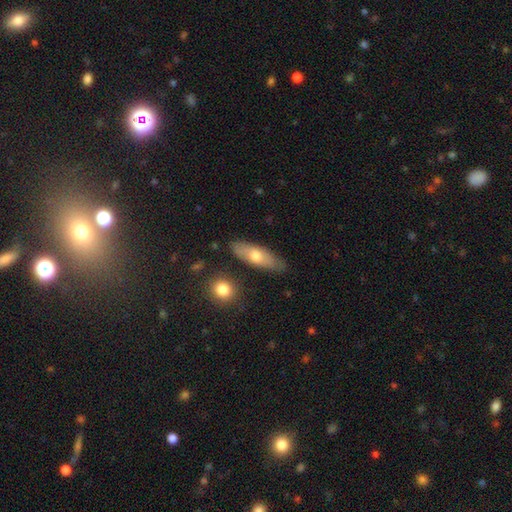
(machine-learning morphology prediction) Overall: smooth (59%; featured or disk 35%). How rounded: in between (52%; cigar-shaped 45%). Merging: none (81%).